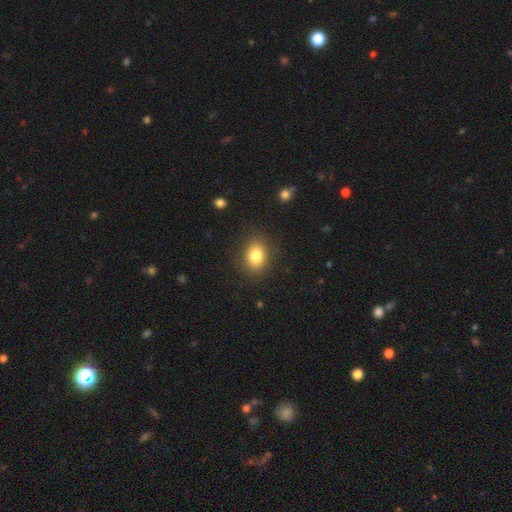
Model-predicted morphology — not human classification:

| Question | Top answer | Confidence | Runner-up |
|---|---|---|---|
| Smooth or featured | smooth | 83% | star or artifact (9%) |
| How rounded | in between | 67% | round (32%) |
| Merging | none | 86% | minor disturbance (9%) |